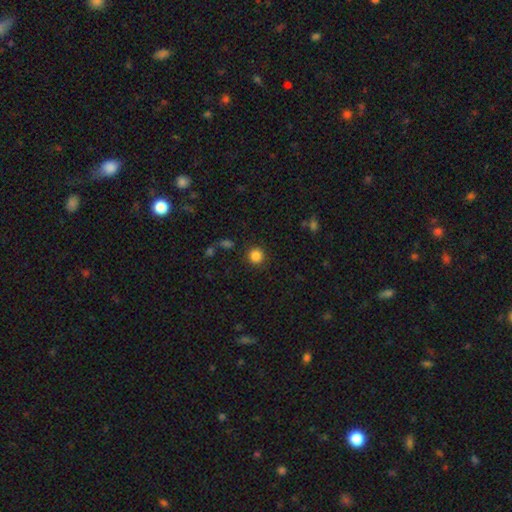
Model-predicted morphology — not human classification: A smooth galaxy with no disk features (85%) that is round (93%). Merging: none (90%).